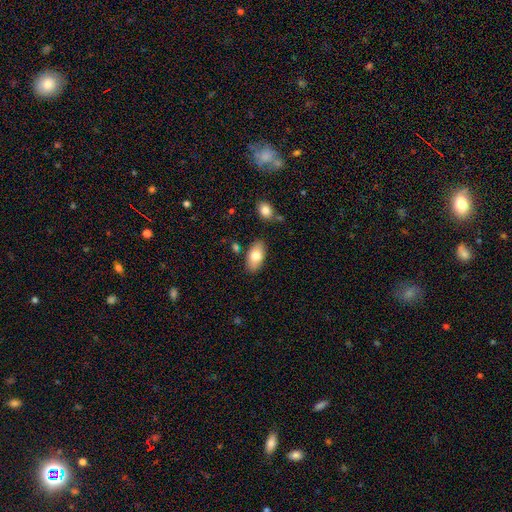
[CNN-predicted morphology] smooth-or-featured: smooth: 78% | featured or disk: 16% | star or artifact: 7%
  how-rounded: in between: 94% | round: 3% | cigar-shaped: 3%
  merging: none: 83% | minor disturbance: 11% | merger: 3% | major disturbance: 3%